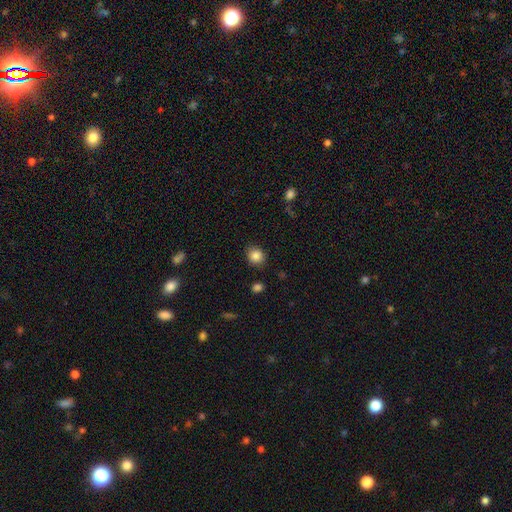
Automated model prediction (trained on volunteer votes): Overall: smooth (86%). How rounded: round (69%; in between 30%). Merging: none (86%).